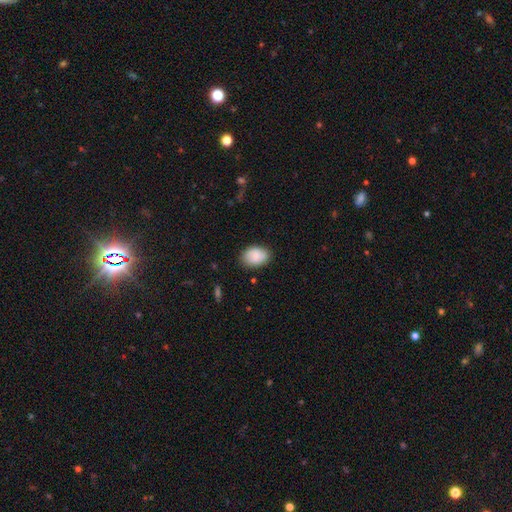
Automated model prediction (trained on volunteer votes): Q: Smooth or featured?
A: smooth (80%); runner-up: featured or disk (13%)
Q: How rounded?
A: in between (81%); runner-up: round (18%)
Q: Merging?
A: none (79%); runner-up: minor disturbance (16%)